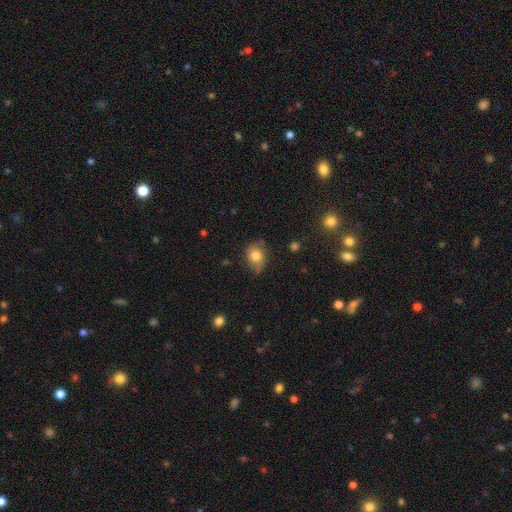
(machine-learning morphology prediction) Smooth or featured?
  - smooth: 71% *
  - featured or disk: 20%
  - star or artifact: 10%
How rounded?
  - in between: 55% *
  - round: 43%
  - cigar-shaped: 1%
Merging?
  - none: 60% *
  - minor disturbance: 30%
  - major disturbance: 8%
  - merger: 2%